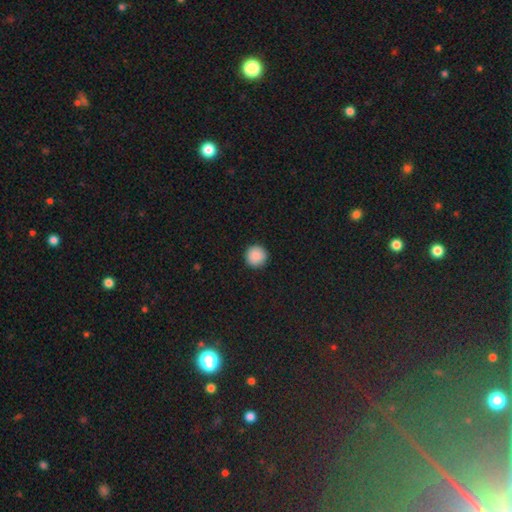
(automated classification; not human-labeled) Q: Smooth or featured?
A: smooth (89%); runner-up: star or artifact (8%)
Q: How rounded?
A: round (96%); runner-up: in between (3%)
Q: Merging?
A: none (93%); runner-up: minor disturbance (5%)